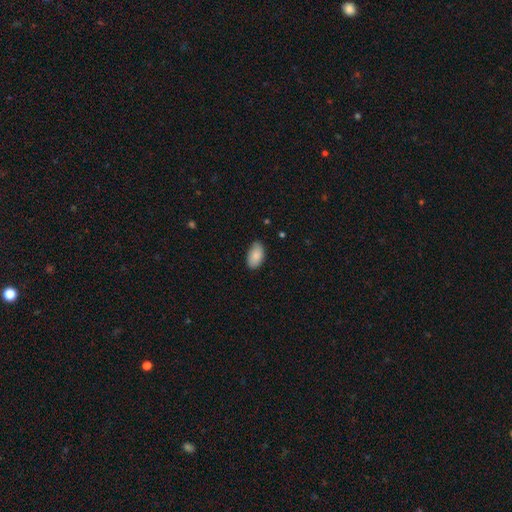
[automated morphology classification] A smooth galaxy with no disk features (87%) that is in between round and cigar-shaped (95%). Merging: none (79%).